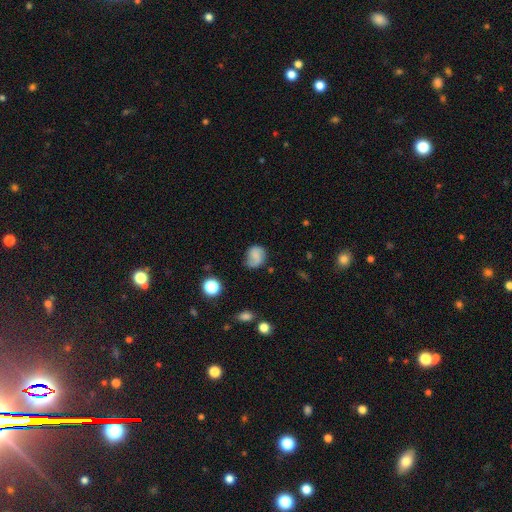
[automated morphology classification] A smooth galaxy with no disk features (50%) that is round (63%). Merging: none (66%).